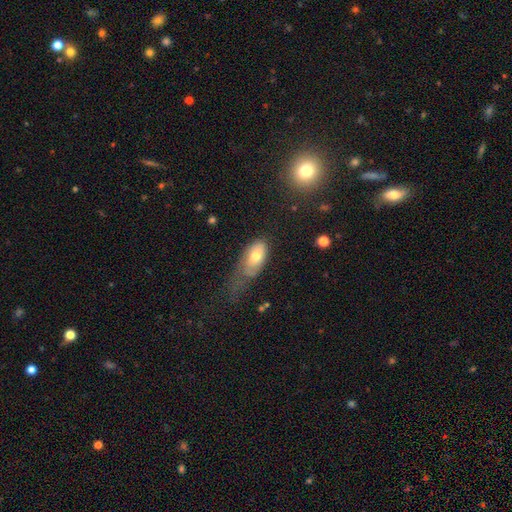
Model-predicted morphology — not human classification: Smooth or featured? Predicted: smooth (p=0.67). How rounded? Predicted: in between (p=0.90). Merging? Predicted: major disturbance (p=0.39).